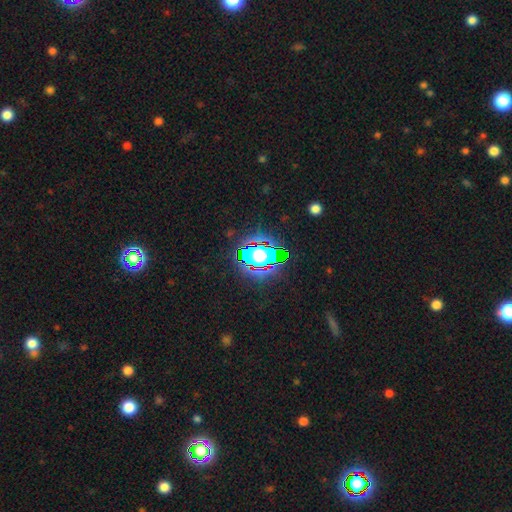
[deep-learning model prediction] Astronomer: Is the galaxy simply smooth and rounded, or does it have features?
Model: star or artifact — 68%.